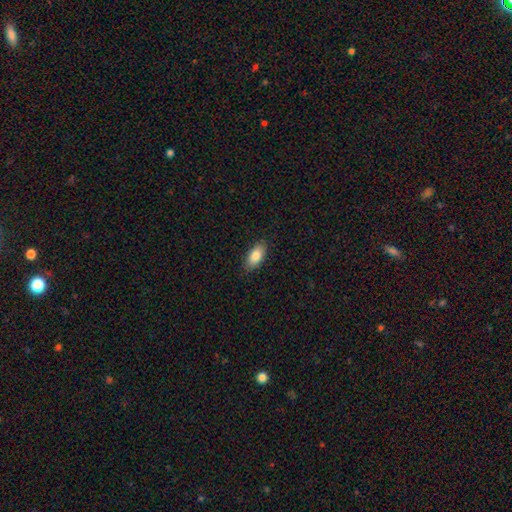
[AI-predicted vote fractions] A smooth galaxy with no disk features (84%) that is in between round and cigar-shaped (91%).

Vote fractions:
- Smooth or featured? smooth: 84% / featured or disk: 9% / star or artifact: 7%
- How rounded? in between: 91% / cigar-shaped: 6% / round: 3%
- Merging? none: 86% / minor disturbance: 10% / major disturbance: 2% / merger: 1%